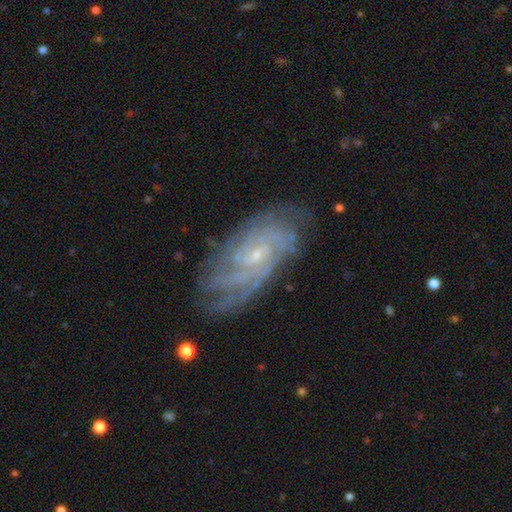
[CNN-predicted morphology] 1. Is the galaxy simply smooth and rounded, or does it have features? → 86% featured or disk, 7% smooth, 7% star or artifact.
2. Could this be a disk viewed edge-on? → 95% no, 5% yes.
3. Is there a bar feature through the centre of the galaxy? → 58% no, 34% weak, 8% strong.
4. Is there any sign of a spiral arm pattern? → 97% yes, 3% no.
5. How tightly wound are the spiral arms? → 69% tight, 26% medium, 5% loose.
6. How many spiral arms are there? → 31% can't tell, 23% 4, 14% 3, 13% 2, 12% more than 4, 7% 1.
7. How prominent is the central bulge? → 82% small, 13% moderate, 4% none, 1% large, 1% dominant.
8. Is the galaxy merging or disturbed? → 75% none, 17% minor disturbance, 6% major disturbance, 1% merger.